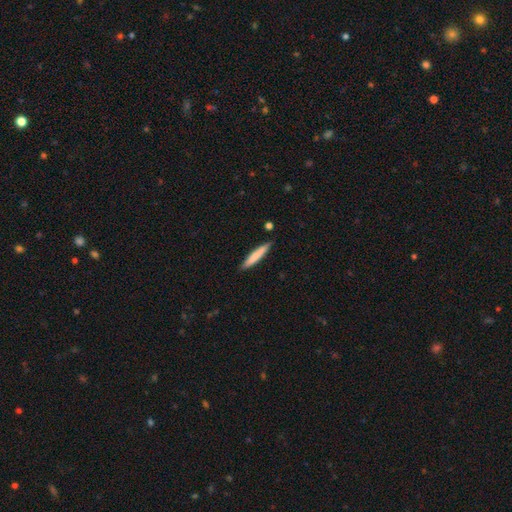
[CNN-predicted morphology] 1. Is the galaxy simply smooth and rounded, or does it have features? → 76% smooth, 19% featured or disk, 5% star or artifact.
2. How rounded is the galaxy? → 93% cigar-shaped, 6% in between, 1% round.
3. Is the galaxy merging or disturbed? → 88% none, 9% minor disturbance, 2% merger, 2% major disturbance.